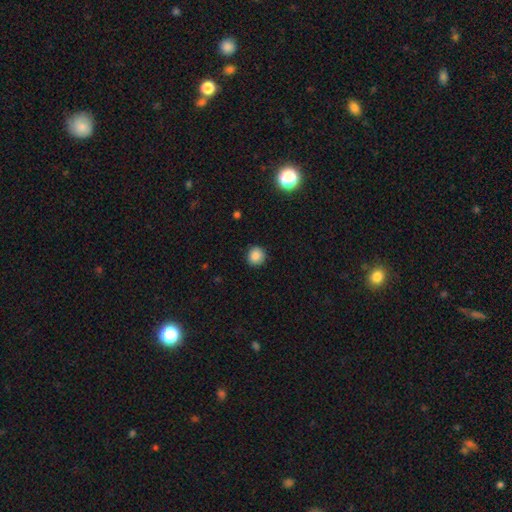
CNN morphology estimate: This is clearly a smooth galaxy (86%). How rounded: clearly round (92%). Merging: clearly none (89%).